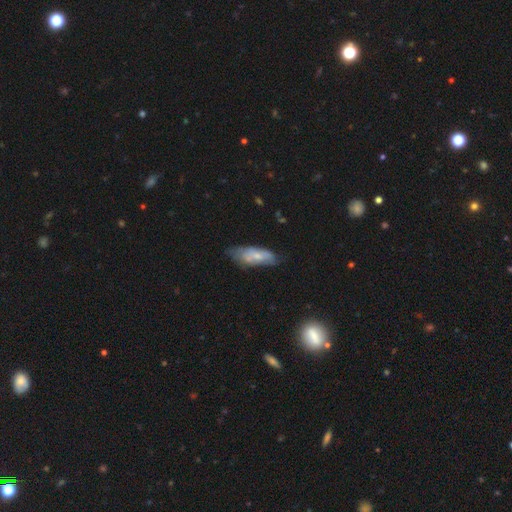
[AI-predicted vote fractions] Smooth or featured? smooth (59%)
How rounded? in between (72%)
Merging? none (52%)